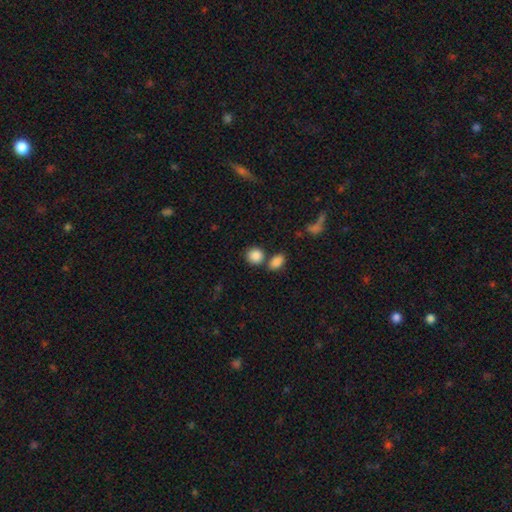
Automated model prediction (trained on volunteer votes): The model was most divided on "merging": none: 62%, merger: 25%, minor disturbance: 10%, major disturbance: 4%. More confident: smooth or featured — smooth (87%); how rounded — round (77%).